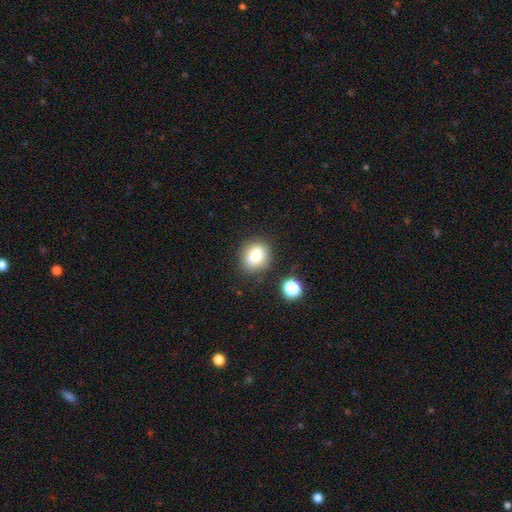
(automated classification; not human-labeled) Smooth or featured? Predicted: smooth (p=0.77). How rounded? Predicted: round (p=0.77). Merging? Predicted: none (p=0.81).